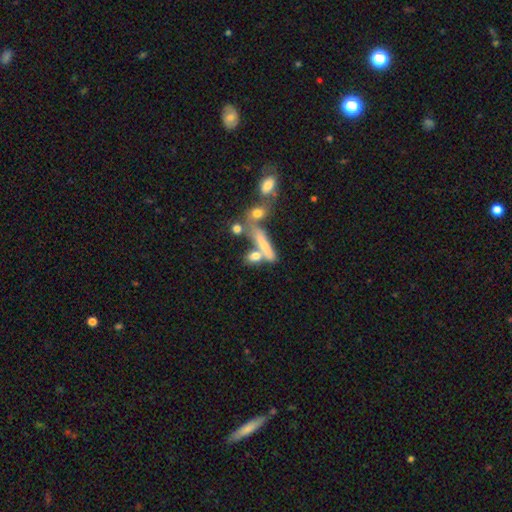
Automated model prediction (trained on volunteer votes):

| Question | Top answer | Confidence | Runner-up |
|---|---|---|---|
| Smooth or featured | smooth | 63% | featured or disk (25%) |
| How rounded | cigar-shaped | 53% | in between (36%) |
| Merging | merger | 40% | none (39%) |